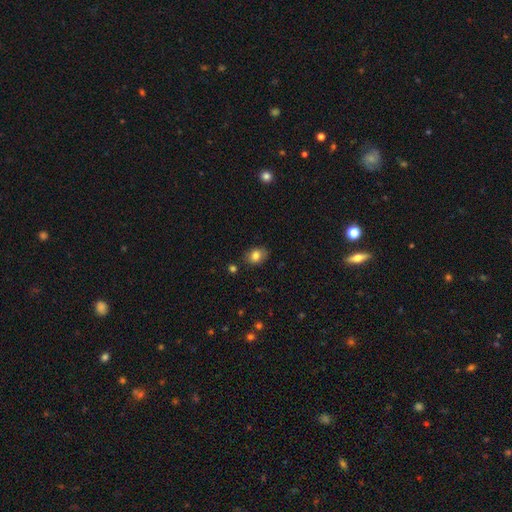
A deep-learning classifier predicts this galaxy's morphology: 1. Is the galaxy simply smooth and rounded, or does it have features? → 82% smooth, 10% star or artifact, 8% featured or disk.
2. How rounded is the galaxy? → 62% in between, 37% round, 1% cigar-shaped.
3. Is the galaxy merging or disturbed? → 81% none, 13% minor disturbance, 3% major disturbance, 3% merger.